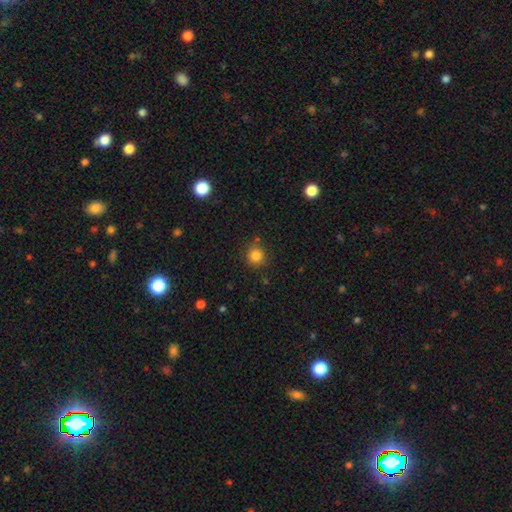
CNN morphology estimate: Q: Smooth or featured?
A: smooth (83%); runner-up: star or artifact (12%)
Q: How rounded?
A: round (92%); runner-up: in between (7%)
Q: Merging?
A: none (83%); runner-up: minor disturbance (10%)